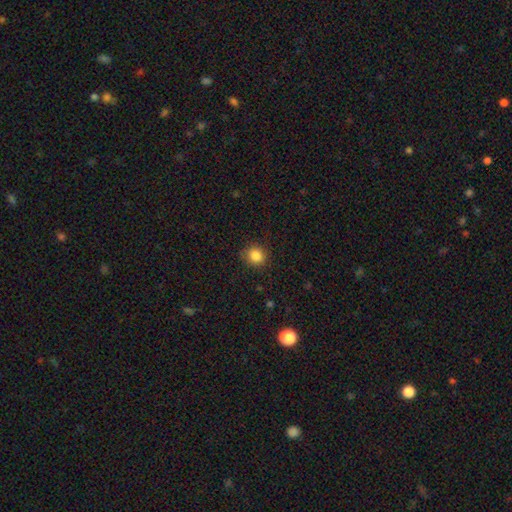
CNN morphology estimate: smooth-or-featured: smooth: 85% | star or artifact: 11% | featured or disk: 4%
  how-rounded: round: 83% | in between: 16% | cigar-shaped: 1%
  merging: none: 86% | minor disturbance: 10% | major disturbance: 3% | merger: 1%